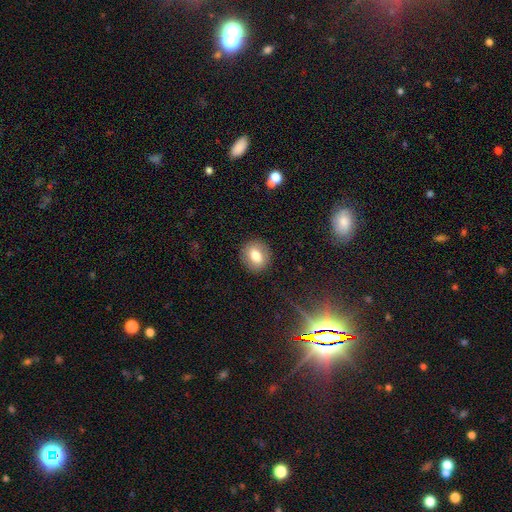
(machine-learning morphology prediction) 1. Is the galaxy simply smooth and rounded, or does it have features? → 75% smooth, 15% featured or disk, 9% star or artifact.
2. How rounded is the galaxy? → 65% round, 34% in between, 1% cigar-shaped.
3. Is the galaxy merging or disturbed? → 89% none, 8% minor disturbance, 3% major disturbance, 1% merger.